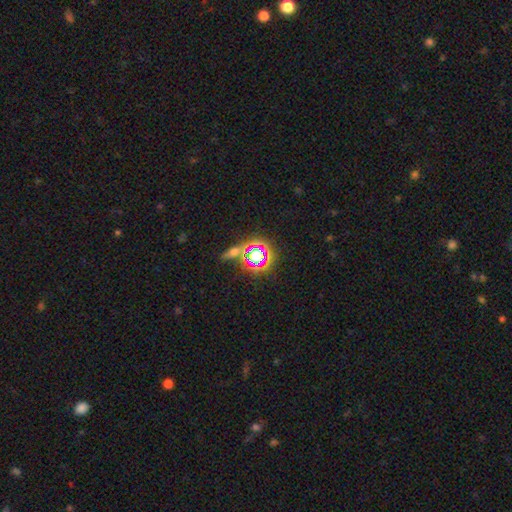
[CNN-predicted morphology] Smooth or featured: star or artifact — 58% (smooth — 27%)